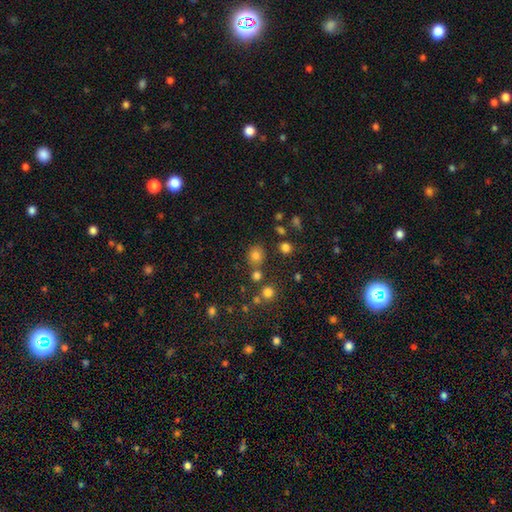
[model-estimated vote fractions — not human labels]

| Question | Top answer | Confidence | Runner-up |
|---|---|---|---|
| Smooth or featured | smooth | 77% | star or artifact (17%) |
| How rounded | round | 78% | in between (21%) |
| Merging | none | 73% | merger (13%) |